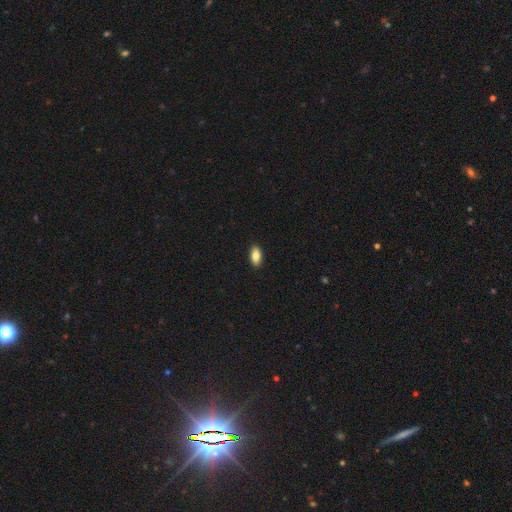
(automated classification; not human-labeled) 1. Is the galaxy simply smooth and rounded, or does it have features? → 86% smooth, 7% featured or disk, 7% star or artifact.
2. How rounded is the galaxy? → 90% in between, 7% cigar-shaped, 3% round.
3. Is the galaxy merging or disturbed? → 89% none, 8% minor disturbance, 2% major disturbance, 1% merger.